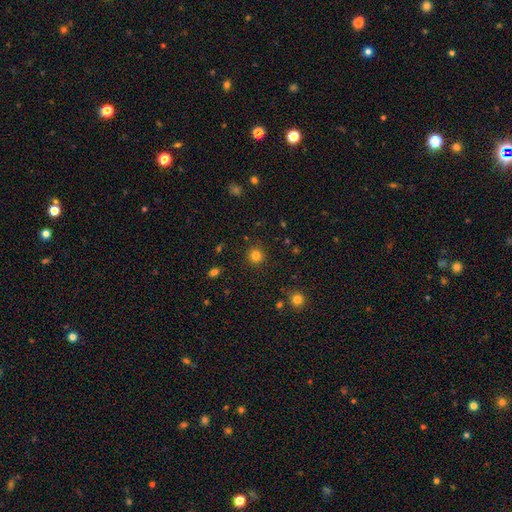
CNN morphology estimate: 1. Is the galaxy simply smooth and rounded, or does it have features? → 81% smooth, 13% star or artifact, 5% featured or disk.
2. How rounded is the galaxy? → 92% round, 7% in between, 1% cigar-shaped.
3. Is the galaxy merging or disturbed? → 90% none, 6% minor disturbance, 2% major disturbance, 1% merger.